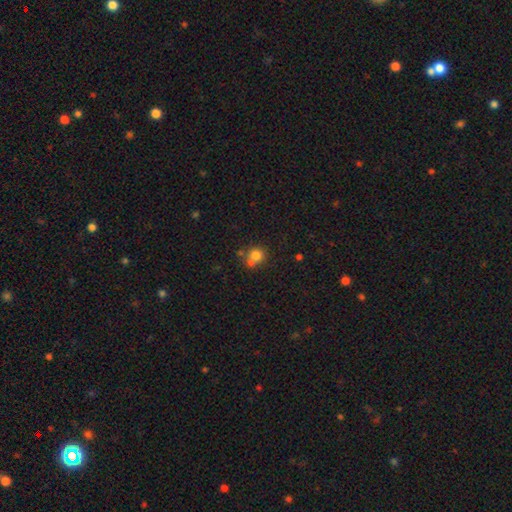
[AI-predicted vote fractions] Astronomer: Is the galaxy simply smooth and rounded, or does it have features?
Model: smooth — 79%.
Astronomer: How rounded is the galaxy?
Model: round — 82%.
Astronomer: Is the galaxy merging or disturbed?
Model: none — 53%.